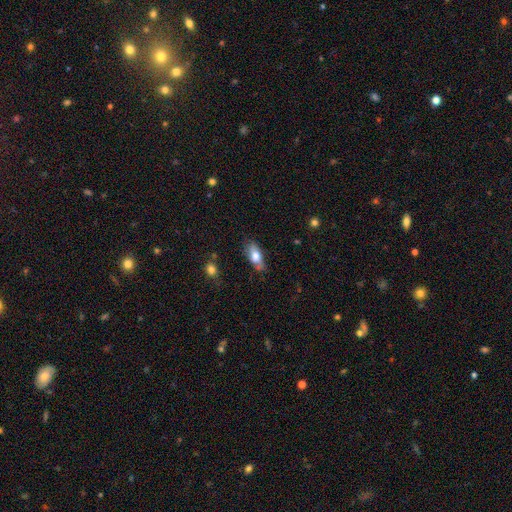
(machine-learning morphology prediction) Smooth or featured: smooth — 69% (featured or disk — 25%)
How rounded: in between — 80% (cigar-shaped — 17%)
Merging: none — 71% (minor disturbance — 22%)